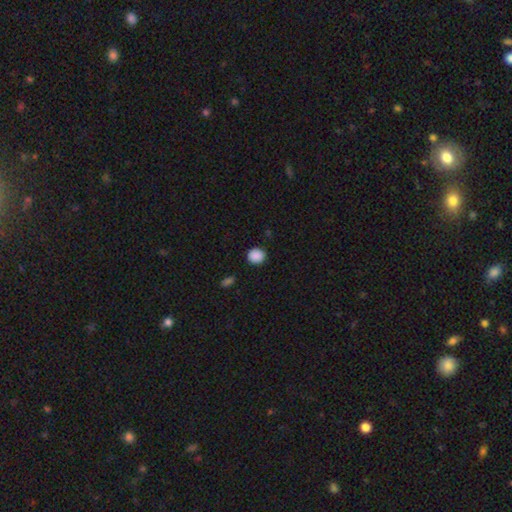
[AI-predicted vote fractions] Q: Smooth or featured?
A: smooth (89%); runner-up: star or artifact (8%)
Q: How rounded?
A: round (85%); runner-up: in between (14%)
Q: Merging?
A: none (90%); runner-up: minor disturbance (7%)